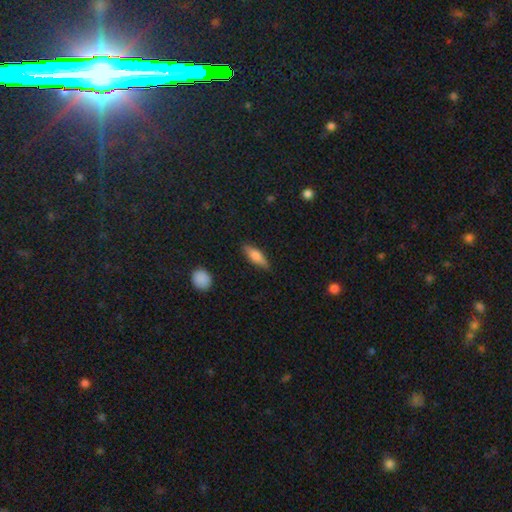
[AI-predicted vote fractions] A smooth galaxy with no disk features (62%) that is in between round and cigar-shaped (51%).

Vote fractions:
- Smooth or featured? smooth: 62% / featured or disk: 31% / star or artifact: 7%
- How rounded? in between: 51% / cigar-shaped: 46% / round: 3%
- Merging? none: 84% / minor disturbance: 12% / major disturbance: 3% / merger: 1%